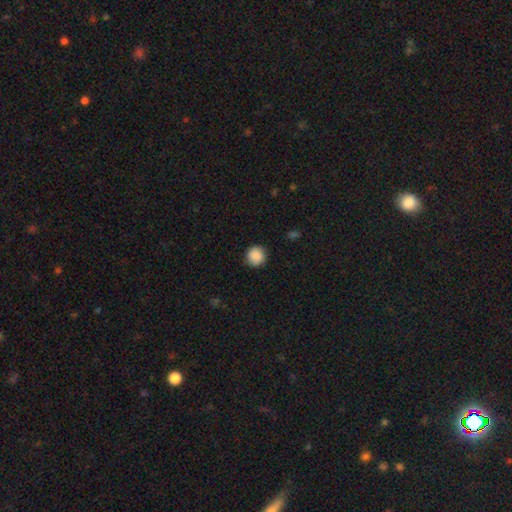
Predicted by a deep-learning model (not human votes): Morphology: type=smooth (88%); roundness=round (94%); merging=none (87%).